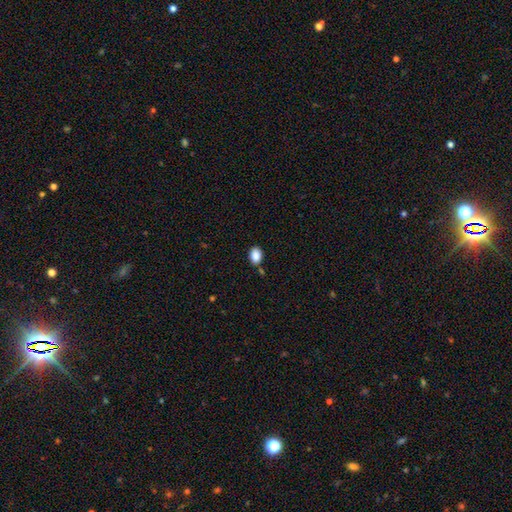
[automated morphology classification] Smooth or featured: smooth — 88% (star or artifact — 9%)
How rounded: in between — 78% (round — 21%)
Merging: none — 78% (minor disturbance — 14%)